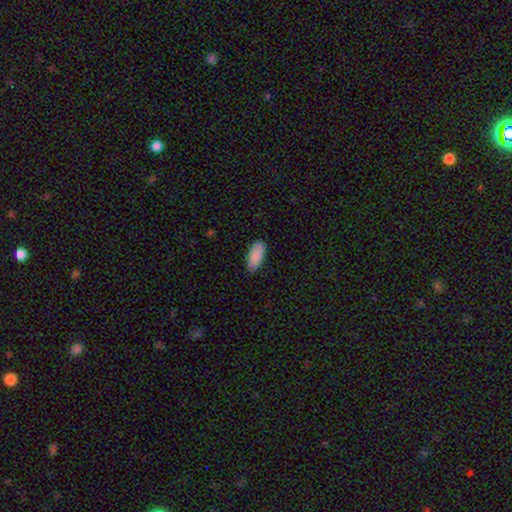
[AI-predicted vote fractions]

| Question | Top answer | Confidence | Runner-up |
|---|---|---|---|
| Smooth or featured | smooth | 89% | star or artifact (6%) |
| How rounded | in between | 87% | cigar-shaped (12%) |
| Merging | none | 81% | minor disturbance (15%) |